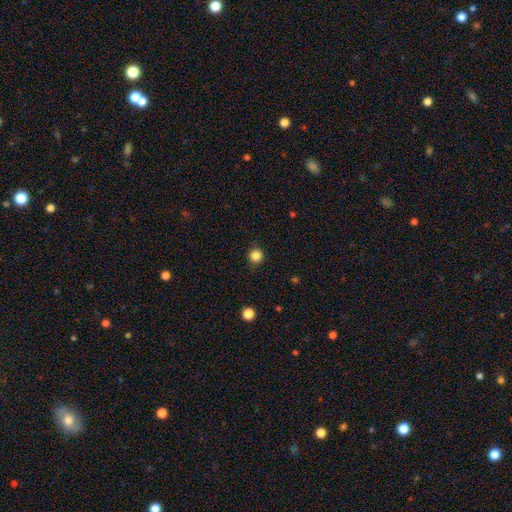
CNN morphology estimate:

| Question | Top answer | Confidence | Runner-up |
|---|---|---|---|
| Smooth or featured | smooth | 85% | star or artifact (12%) |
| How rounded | round | 93% | in between (6%) |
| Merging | none | 89% | minor disturbance (8%) |